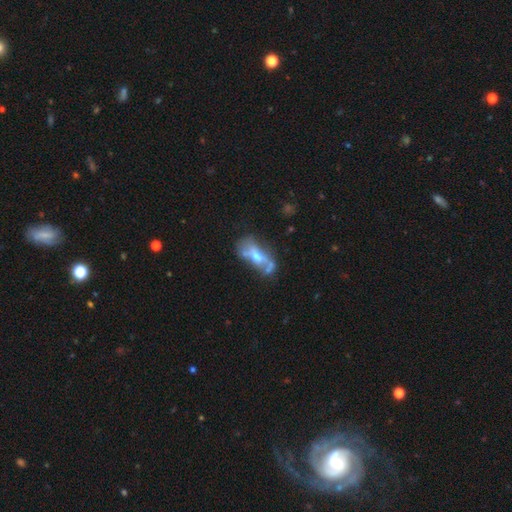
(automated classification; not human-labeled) This appears to be a featured or disk galaxy (57%). Merging: none (31%).